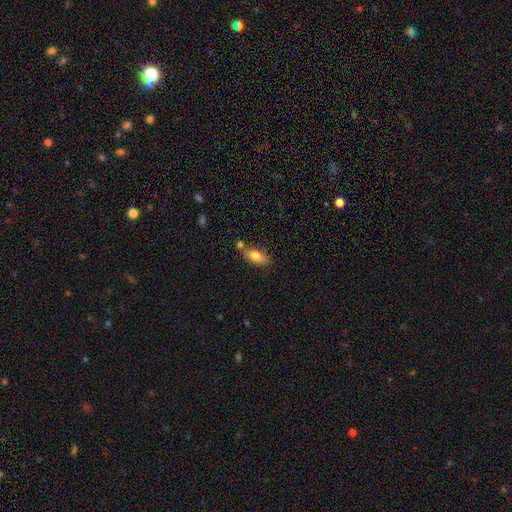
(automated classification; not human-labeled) This appears to be a smooth galaxy with no disk features (76%) that is in between round and cigar-shaped (77%). Merging: none (64%).